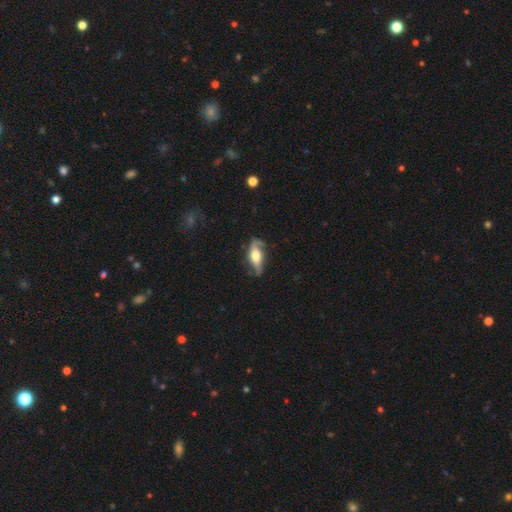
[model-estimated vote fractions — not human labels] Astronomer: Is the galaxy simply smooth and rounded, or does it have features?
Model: featured or disk — 60%.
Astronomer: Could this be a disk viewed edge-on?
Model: yes — 54% (runner-up: no, 46%).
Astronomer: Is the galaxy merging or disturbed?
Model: none — 60%.